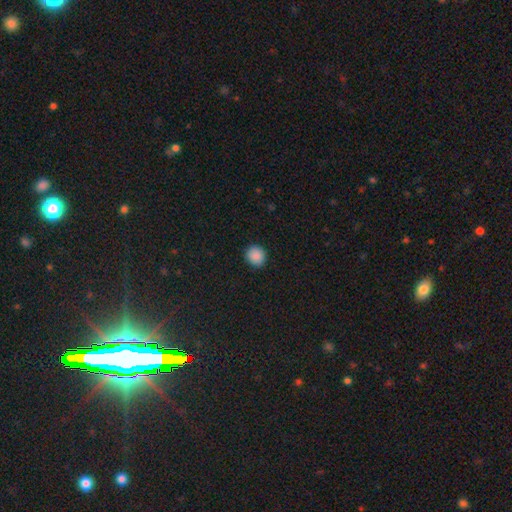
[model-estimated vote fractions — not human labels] smooth 88%, star or artifact 9%, featured or disk 2%. Down the decision tree: how rounded — round (88%); merging — none (91%).